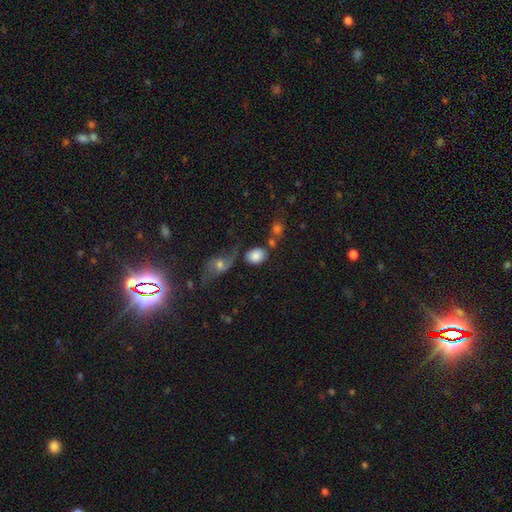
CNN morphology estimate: Smooth or featured: smooth — 80% (featured or disk — 12%)
How rounded: in between — 66% (round — 32%)
Merging: none — 47% (merger — 26%)